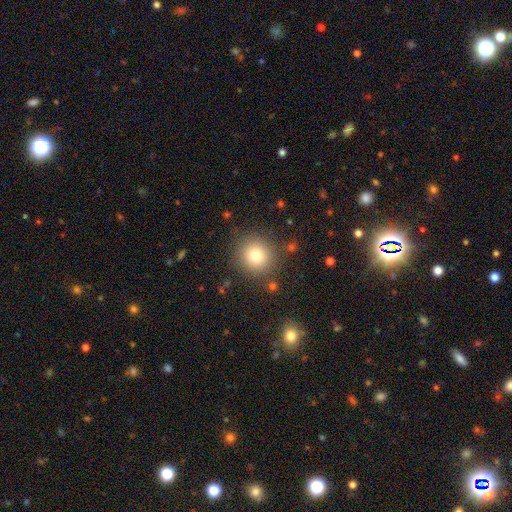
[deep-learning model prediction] Q: Smooth or featured?
A: smooth (78%); runner-up: star or artifact (13%)
Q: How rounded?
A: round (93%); runner-up: in between (6%)
Q: Merging?
A: none (86%); runner-up: minor disturbance (8%)